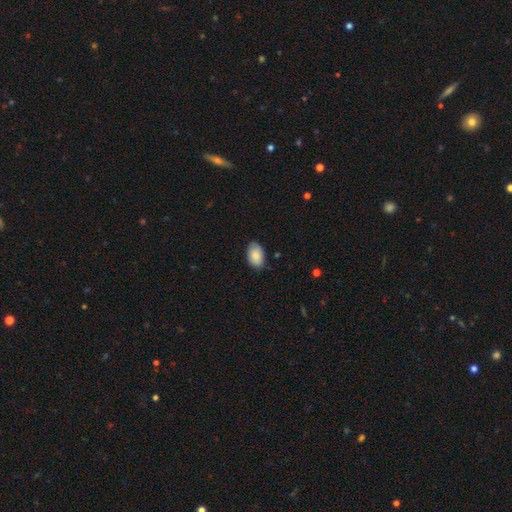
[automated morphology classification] Smooth or featured? smooth (83%)
How rounded? in between (90%)
Merging? none (79%)